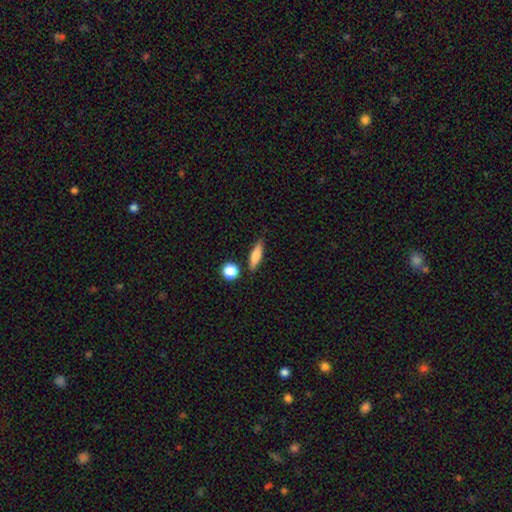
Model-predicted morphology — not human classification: smooth 73%, featured or disk 19%, star or artifact 7%. Down the decision tree: how rounded — cigar-shaped (59%); merging — none (81%).